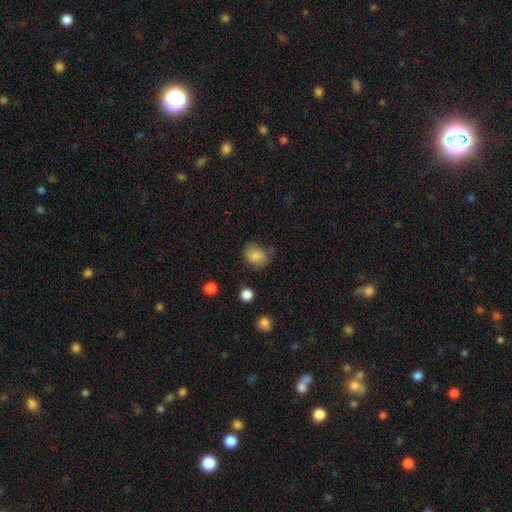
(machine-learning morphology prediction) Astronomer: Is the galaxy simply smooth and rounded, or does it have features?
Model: smooth — 81%.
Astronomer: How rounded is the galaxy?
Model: round — 51% (runner-up: in between, 48%).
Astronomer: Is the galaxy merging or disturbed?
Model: none — 64%.